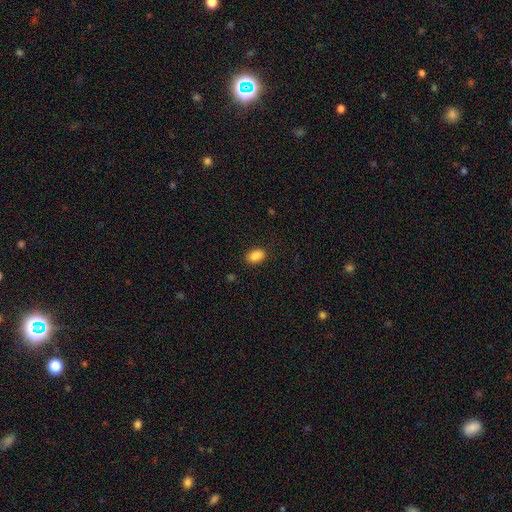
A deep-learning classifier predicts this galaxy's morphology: Q: Smooth or featured?
A: smooth (88%); runner-up: star or artifact (8%)
Q: How rounded?
A: in between (88%); runner-up: round (11%)
Q: Merging?
A: none (86%); runner-up: minor disturbance (10%)